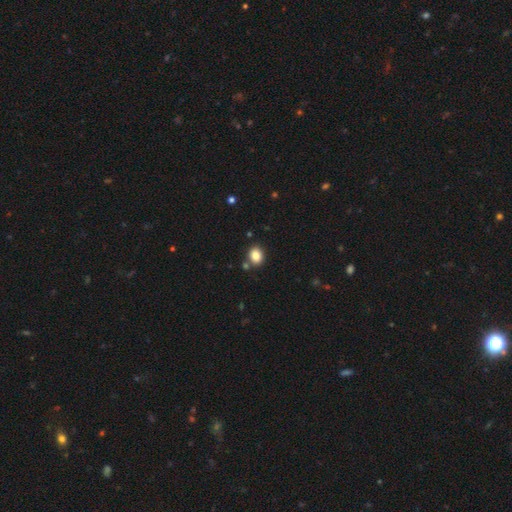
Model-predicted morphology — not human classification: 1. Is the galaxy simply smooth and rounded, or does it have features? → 85% smooth, 10% star or artifact, 6% featured or disk.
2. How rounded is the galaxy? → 51% in between, 48% round, 1% cigar-shaped.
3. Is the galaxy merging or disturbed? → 79% none, 10% minor disturbance, 8% merger, 3% major disturbance.